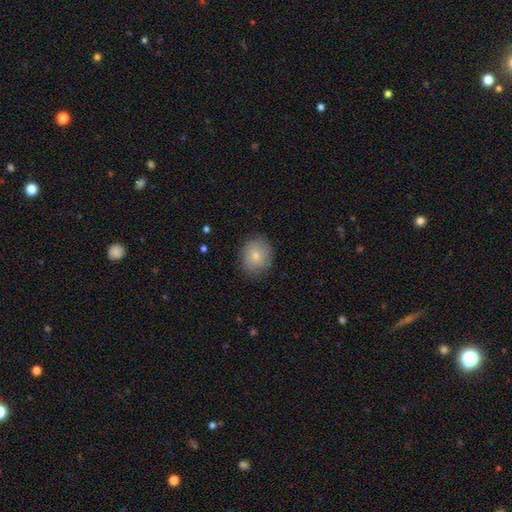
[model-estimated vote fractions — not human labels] Smooth or featured: smooth — 78% (featured or disk — 14%)
How rounded: round — 69% (in between — 30%)
Merging: none — 82% (minor disturbance — 14%)